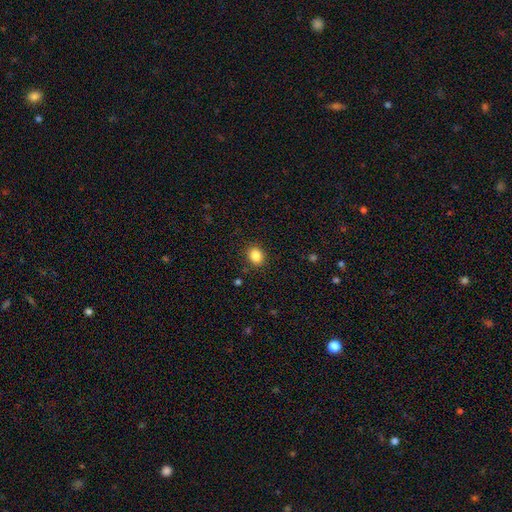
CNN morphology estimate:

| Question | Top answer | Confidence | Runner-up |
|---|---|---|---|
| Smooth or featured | smooth | 86% | star or artifact (10%) |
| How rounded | round | 57% | in between (42%) |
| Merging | none | 88% | minor disturbance (8%) |